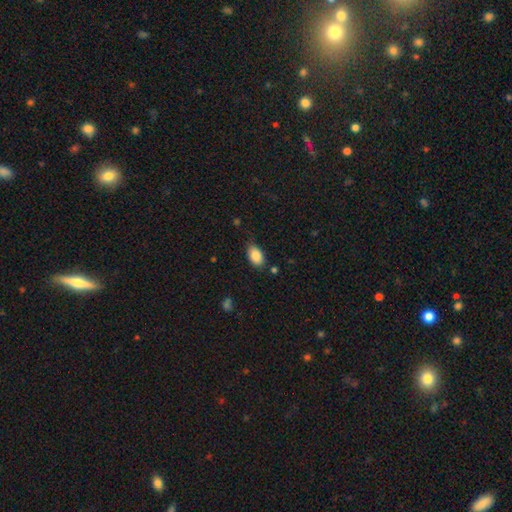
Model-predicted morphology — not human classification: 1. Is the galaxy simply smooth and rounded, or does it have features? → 87% smooth, 7% star or artifact, 5% featured or disk.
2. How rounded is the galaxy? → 91% in between, 7% round, 2% cigar-shaped.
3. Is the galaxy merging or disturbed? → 76% none, 19% minor disturbance, 4% major disturbance, 2% merger.